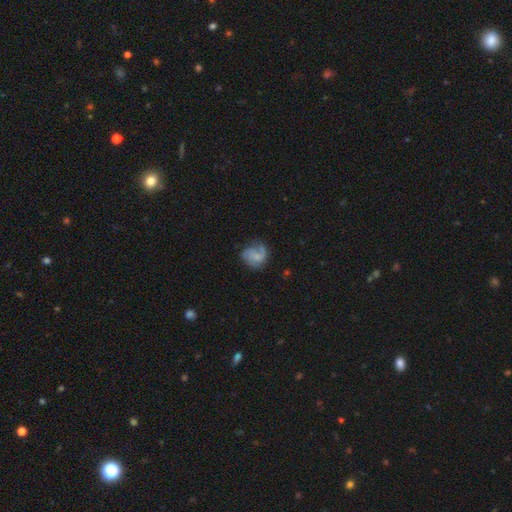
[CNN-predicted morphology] Smooth or featured? featured or disk (51%)
Edge-on disk? no (98%)
Merging? none (52%)